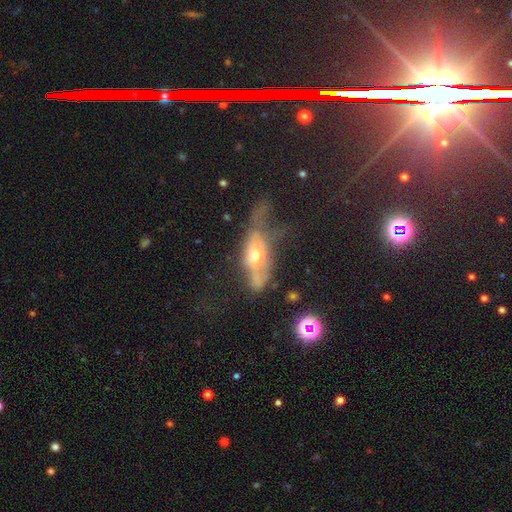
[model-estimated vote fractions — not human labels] Smooth or featured? Predicted: featured or disk (p=0.51). Edge-on disk? Predicted: no (p=0.62). Merging? Predicted: major disturbance (p=0.43).